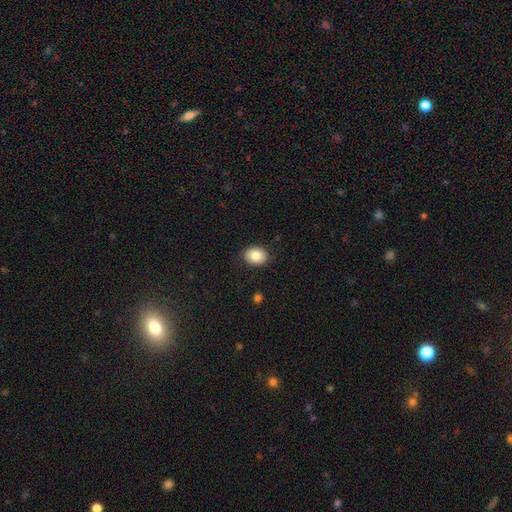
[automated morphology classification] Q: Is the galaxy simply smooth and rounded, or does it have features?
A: smooth — 82%.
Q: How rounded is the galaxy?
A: in between — 57%.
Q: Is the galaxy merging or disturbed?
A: none — 87%.